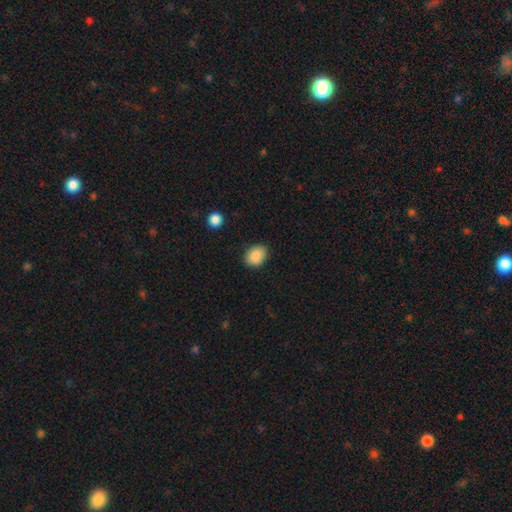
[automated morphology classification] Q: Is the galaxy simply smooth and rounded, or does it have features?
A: smooth — 88%.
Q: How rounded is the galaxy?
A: in between — 69%.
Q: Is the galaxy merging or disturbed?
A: none — 85%.